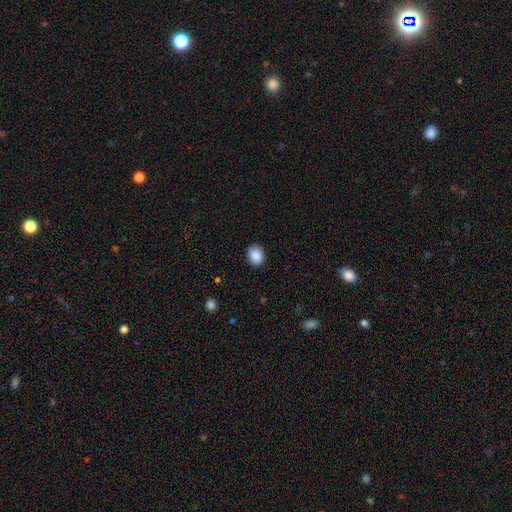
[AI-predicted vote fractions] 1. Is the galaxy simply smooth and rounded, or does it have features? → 89% smooth, 8% star or artifact, 3% featured or disk.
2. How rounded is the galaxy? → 56% in between, 43% round, 1% cigar-shaped.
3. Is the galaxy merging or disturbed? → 88% none, 9% minor disturbance, 2% major disturbance, 1% merger.